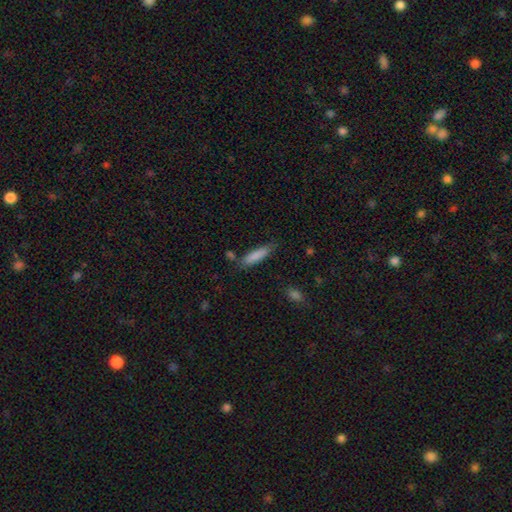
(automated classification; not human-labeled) Morphology: type=smooth (84%); roundness=cigar-shaped (69%); merging=none (71%).